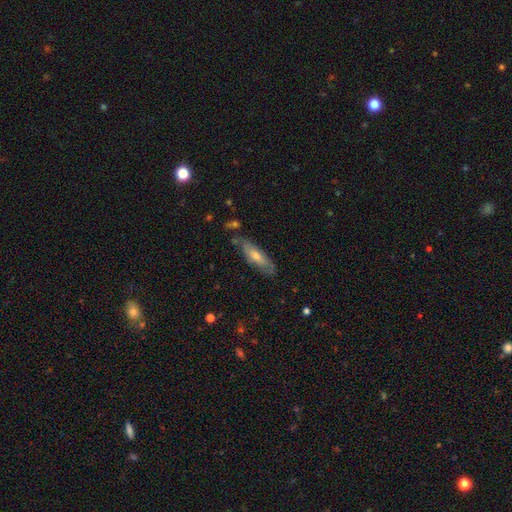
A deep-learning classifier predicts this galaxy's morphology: type=featured or disk (51%); edge-on=no (56%); merging=none (73%).